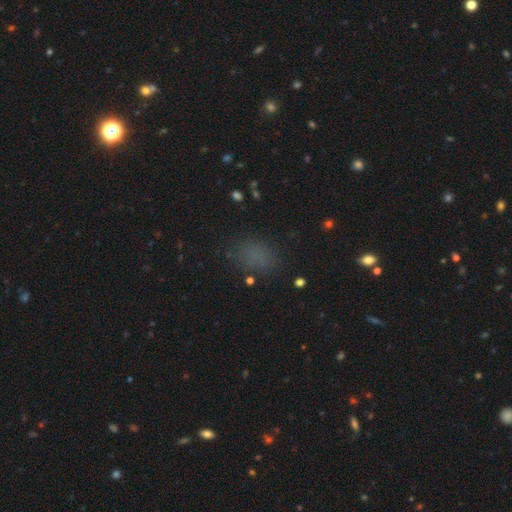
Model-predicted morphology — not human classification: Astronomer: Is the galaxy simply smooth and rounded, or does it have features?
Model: smooth — 71%.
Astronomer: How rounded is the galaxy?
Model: in between — 69%.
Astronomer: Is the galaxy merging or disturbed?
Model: none — 76%.